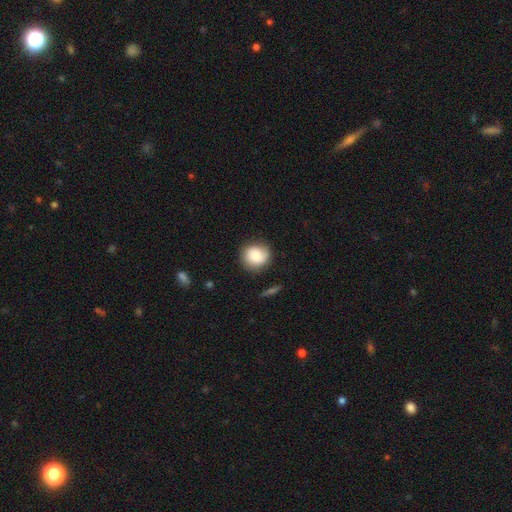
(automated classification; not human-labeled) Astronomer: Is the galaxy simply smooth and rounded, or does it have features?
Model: smooth — 75%.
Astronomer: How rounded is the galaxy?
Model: round — 88%.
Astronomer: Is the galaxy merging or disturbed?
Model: none — 78%.